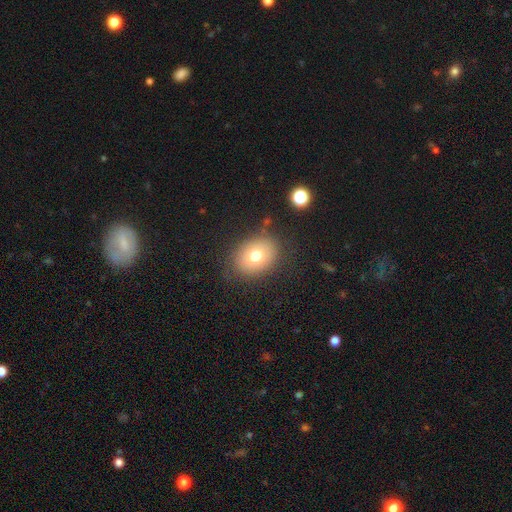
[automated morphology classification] smooth 73%, featured or disk 16%, star or artifact 12%. Down the decision tree: how rounded — in between (55%); merging — none (81%).